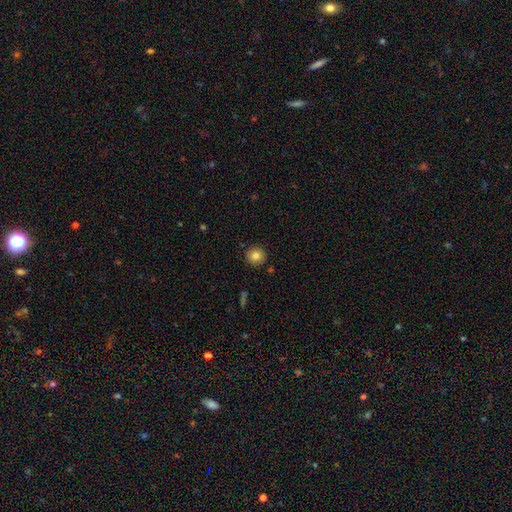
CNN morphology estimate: A smooth galaxy with no disk features (82%) that is round (94%). Merging: none (90%).